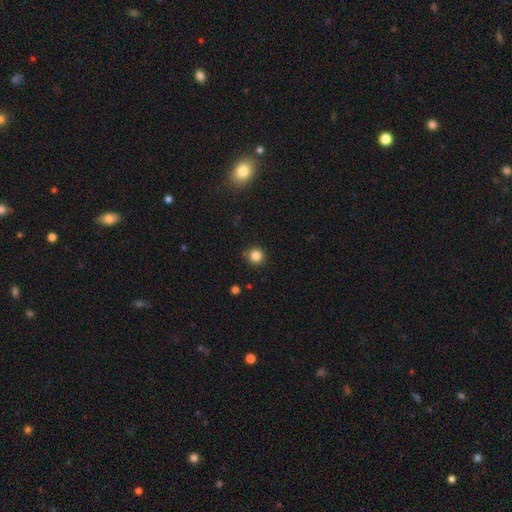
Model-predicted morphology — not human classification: smooth 83%, star or artifact 12%, featured or disk 4%. Down the decision tree: how rounded — round (95%); merging — none (89%).